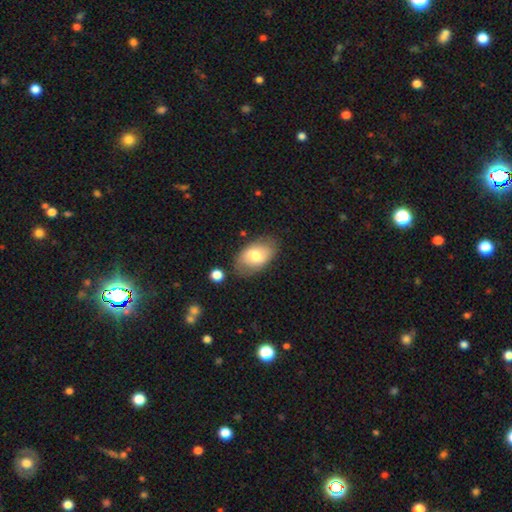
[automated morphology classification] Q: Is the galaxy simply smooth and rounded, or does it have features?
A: smooth — 66%.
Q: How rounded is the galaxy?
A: in between — 91%.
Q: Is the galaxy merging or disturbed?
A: none — 73%.